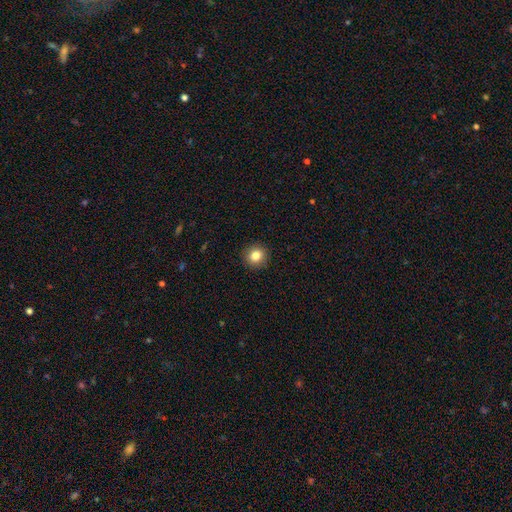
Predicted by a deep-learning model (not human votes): This appears to be a smooth galaxy with no disk features (83%) that is round (91%). Merging: none (92%).